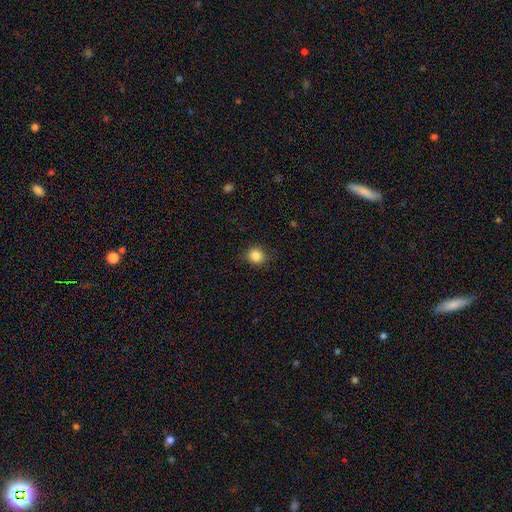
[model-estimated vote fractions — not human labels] Morphology: type=smooth (85%); roundness=round (84%); merging=none (87%).